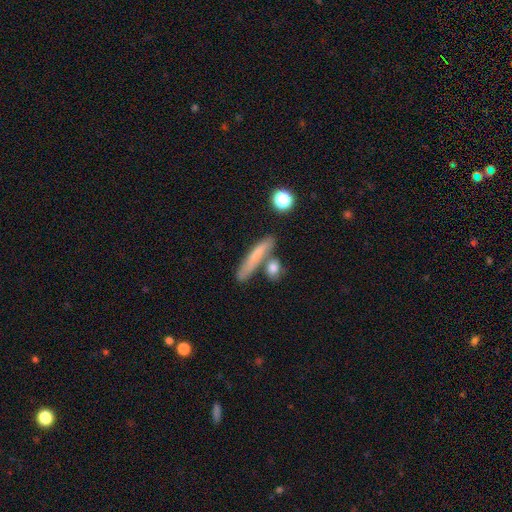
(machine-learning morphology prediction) Smooth or featured?
  - smooth: 68% *
  - featured or disk: 25%
  - star or artifact: 8%
How rounded?
  - cigar-shaped: 86% *
  - in between: 10%
  - round: 4%
Merging?
  - none: 66% *
  - merger: 15%
  - minor disturbance: 14%
  - major disturbance: 5%